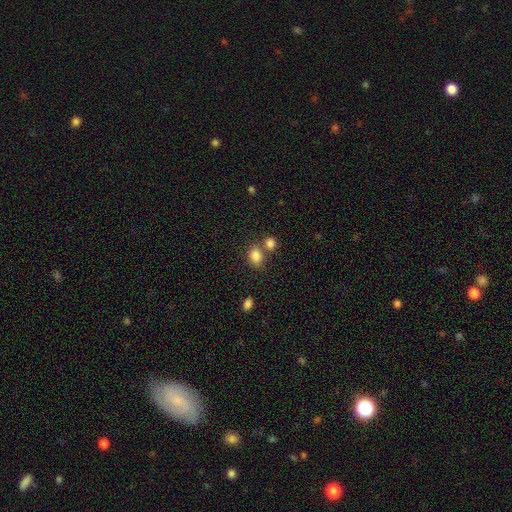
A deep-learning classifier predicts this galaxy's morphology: A smooth galaxy with no disk features (84%) that is in between round and cigar-shaped (56%).

Vote fractions:
- Smooth or featured? smooth: 84% / star or artifact: 11% / featured or disk: 6%
- How rounded? in between: 56% / round: 43% / cigar-shaped: 1%
- Merging? none: 54% / merger: 30% / minor disturbance: 12% / major disturbance: 4%